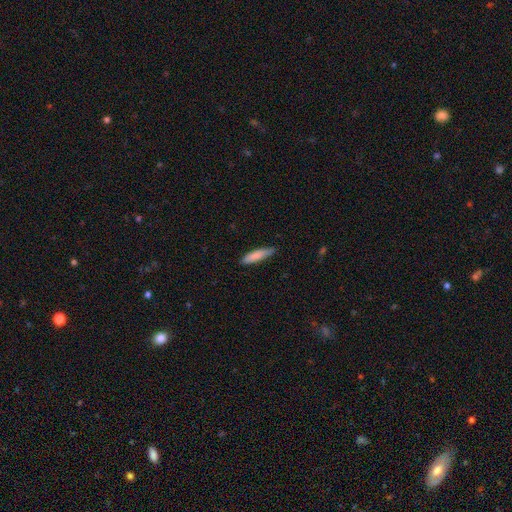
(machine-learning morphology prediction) This appears to be a smooth galaxy with no disk features (83%) that is cigar-shaped (77%). Merging: none (79%).